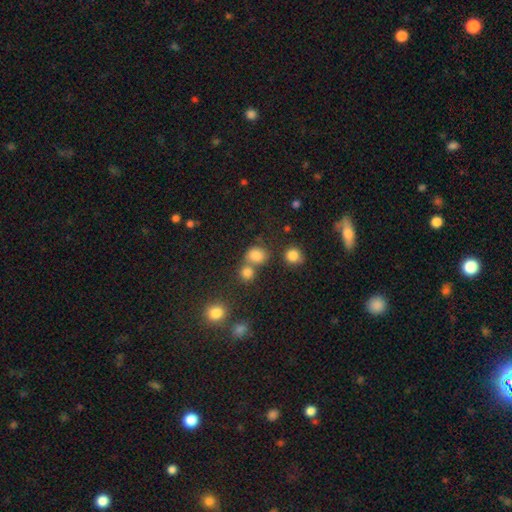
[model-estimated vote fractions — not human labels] smooth-or-featured: smooth: 78% | star or artifact: 15% | featured or disk: 7%
  how-rounded: round: 67% | in between: 32% | cigar-shaped: 1%
  merging: none: 53% | merger: 33% | minor disturbance: 10% | major disturbance: 4%